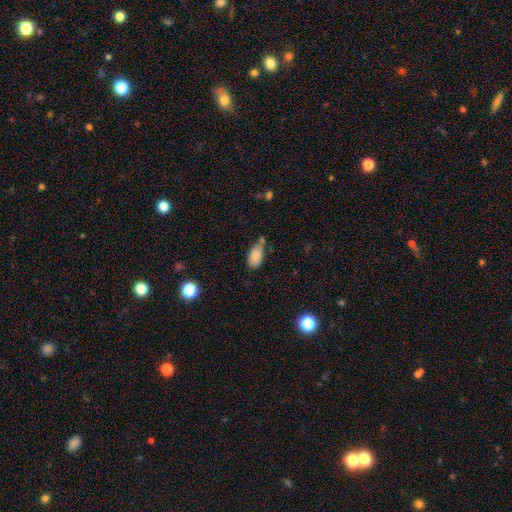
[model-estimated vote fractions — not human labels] Morphology: type=smooth (84%); roundness=in between (93%); merging=none (53%).